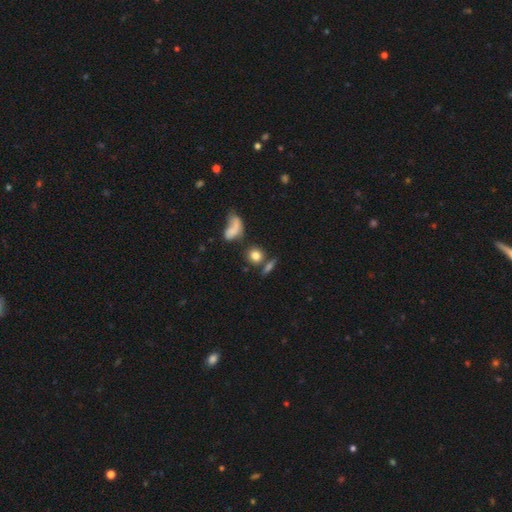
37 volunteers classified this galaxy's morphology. This is clearly a smooth galaxy (86%). How rounded: clearly round (88%). Merging: likely none (69%).